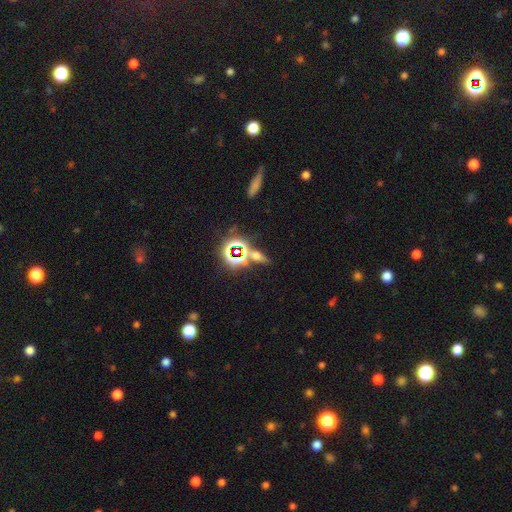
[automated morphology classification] Smooth or featured: star or artifact — 48% (smooth — 35%)